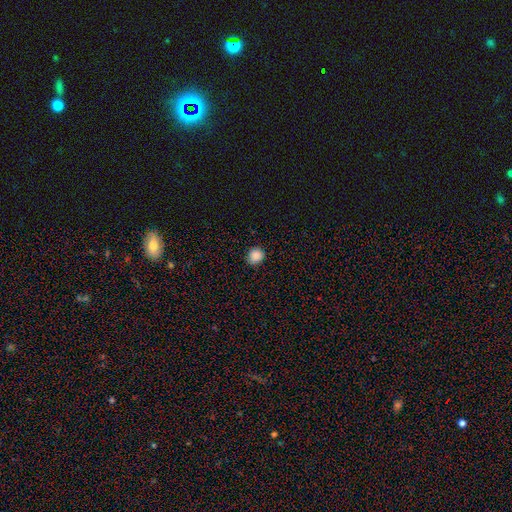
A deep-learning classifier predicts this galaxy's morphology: This is clearly a smooth galaxy (87%). How rounded: clearly round (82%). Merging: clearly none (85%).